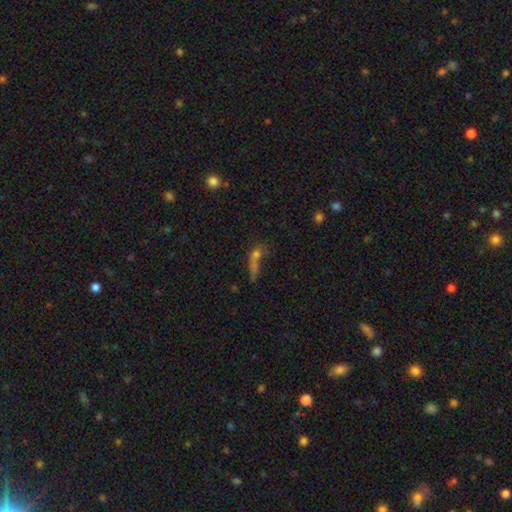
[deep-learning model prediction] smooth 47%, star or artifact 30%, featured or disk 23%. Down the decision tree: merging — none (38%).